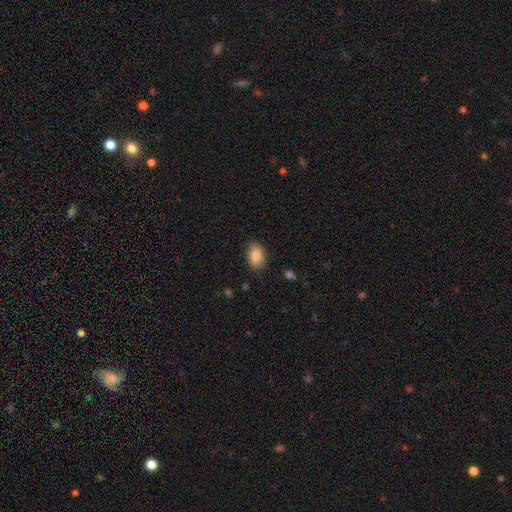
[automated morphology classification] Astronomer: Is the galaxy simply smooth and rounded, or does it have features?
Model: smooth — 86%.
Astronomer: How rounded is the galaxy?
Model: in between — 87%.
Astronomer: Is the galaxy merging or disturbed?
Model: none — 84%.